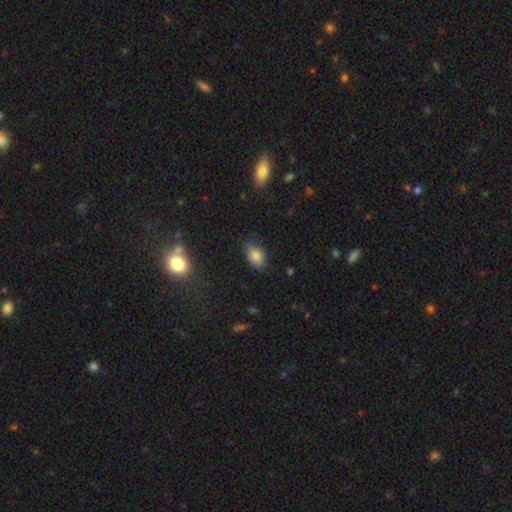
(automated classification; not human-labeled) smooth 80%, star or artifact 11%, featured or disk 9%. Down the decision tree: how rounded — in between (85%); merging — none (72%).